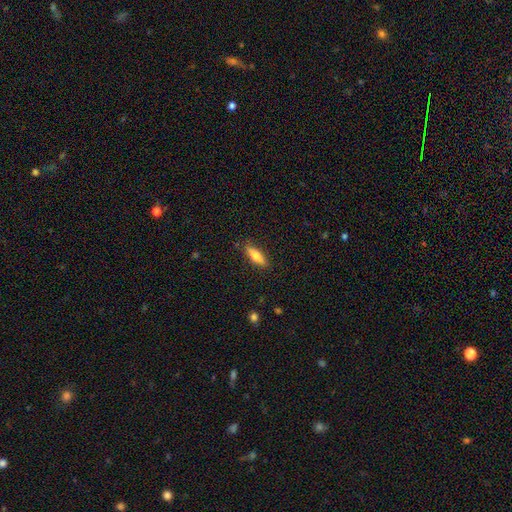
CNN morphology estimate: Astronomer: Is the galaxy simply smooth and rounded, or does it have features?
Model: smooth — 77%.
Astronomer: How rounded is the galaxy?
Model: cigar-shaped — 50% (runner-up: in between, 48%).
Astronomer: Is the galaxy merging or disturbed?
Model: none — 84%.